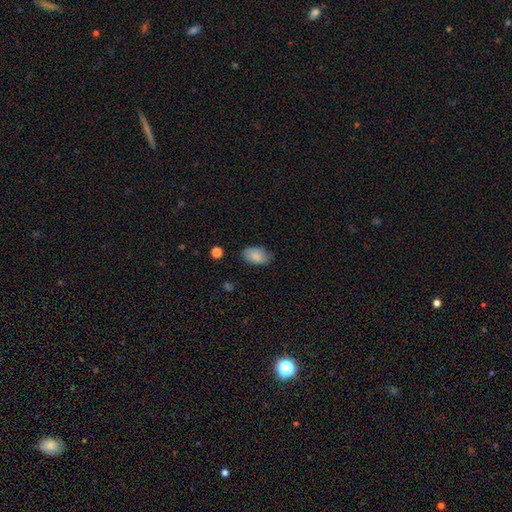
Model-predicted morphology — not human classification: A smooth galaxy with no disk features (86%) that is in between round and cigar-shaped (92%). Merging: none (77%).